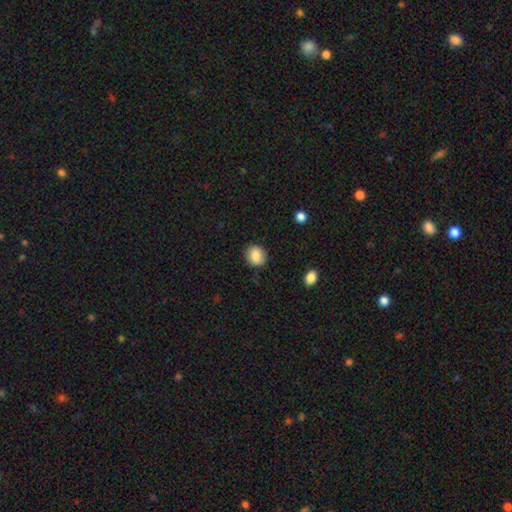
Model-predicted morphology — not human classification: Smooth or featured? smooth (86%)
How rounded? round (77%)
Merging? none (87%)